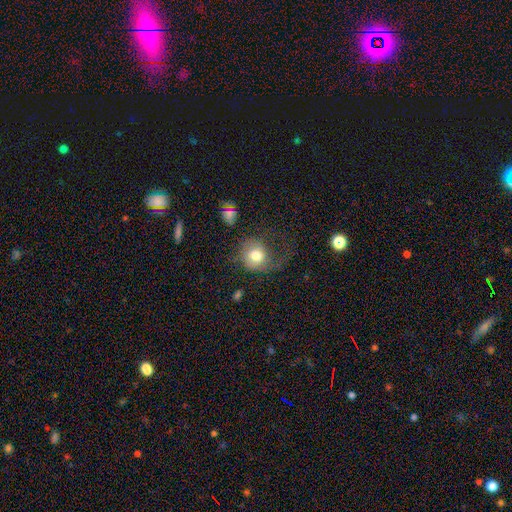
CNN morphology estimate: This appears to be a smooth galaxy with no disk features (72%) that is round (81%). Merging: none (38%).